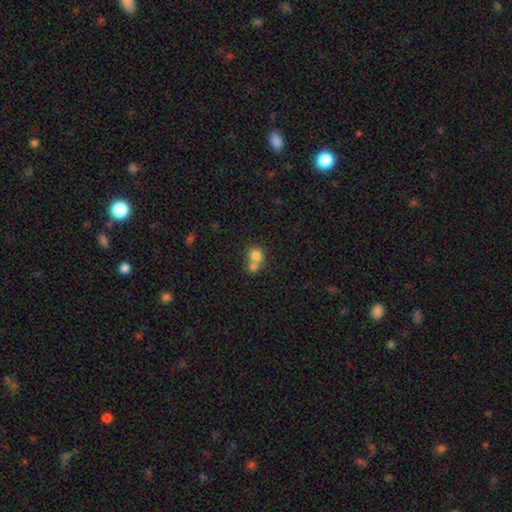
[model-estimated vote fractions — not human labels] smooth_or_featured: smooth (p=0.77) [alt: featured or disk p=0.13]
how_rounded: round (p=0.73) [alt: in between p=0.26]
merging: merger (p=0.60) [alt: none p=0.31]